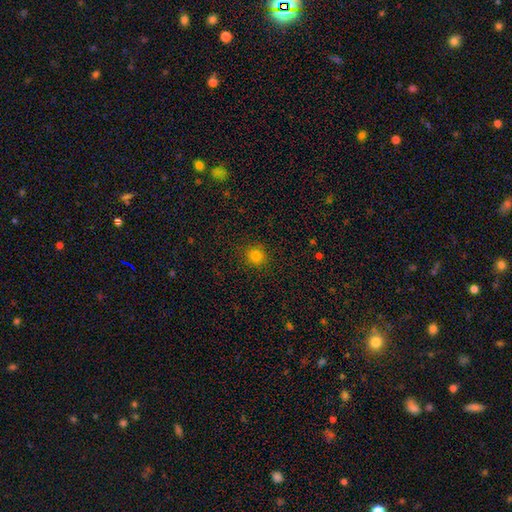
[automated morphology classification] Smooth or featured?
  - smooth: 82% *
  - star or artifact: 14%
  - featured or disk: 4%
How rounded?
  - round: 90% *
  - in between: 9%
  - cigar-shaped: 1%
Merging?
  - none: 89% *
  - minor disturbance: 7%
  - major disturbance: 3%
  - merger: 1%